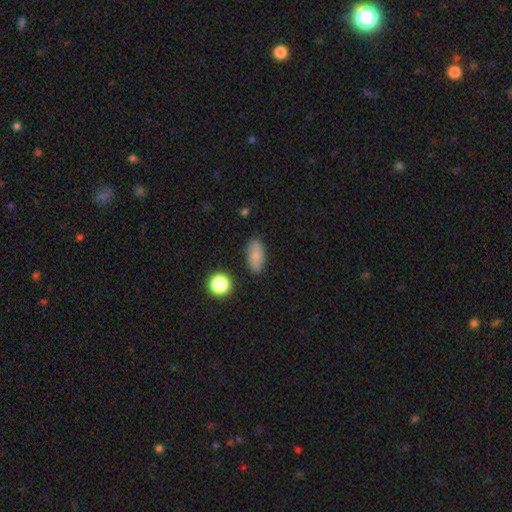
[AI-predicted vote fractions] Smooth or featured?
  - smooth: 81% *
  - featured or disk: 10%
  - star or artifact: 9%
How rounded?
  - in between: 84% *
  - cigar-shaped: 10%
  - round: 6%
Merging?
  - none: 83% *
  - minor disturbance: 12%
  - major disturbance: 3%
  - merger: 2%